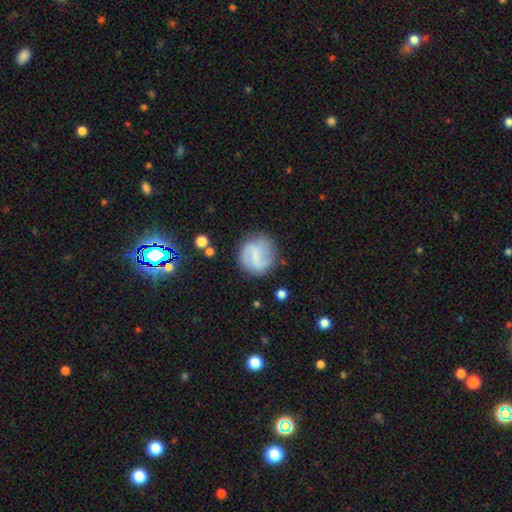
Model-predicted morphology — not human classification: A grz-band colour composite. It shows a featured or disk galaxy (60%) with a weak bar (49%), spiral arms (85%) and a small central bulge (49%). Merging: none (75%).